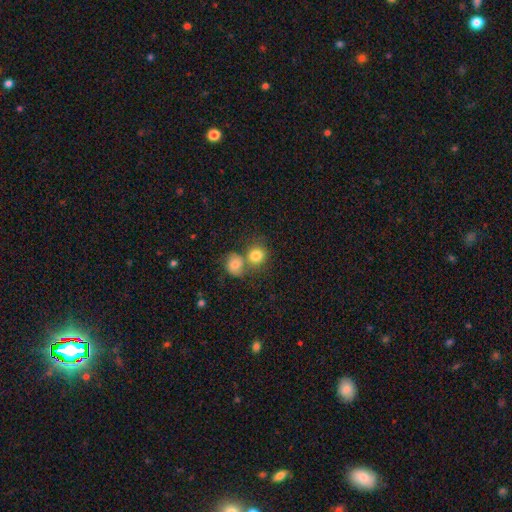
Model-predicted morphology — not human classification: smooth_or_featured: smooth (p=0.82) [alt: featured or disk p=0.10]
how_rounded: round (p=0.76) [alt: in between p=0.23]
merging: merger (p=0.45) [alt: none p=0.42]